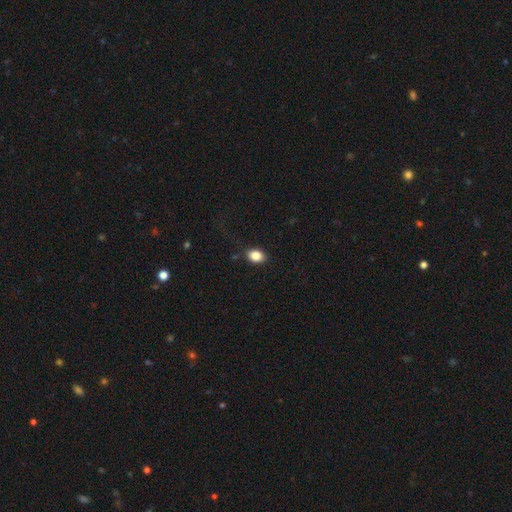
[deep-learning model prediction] smooth 85%, star or artifact 9%, featured or disk 6%. Down the decision tree: how rounded — in between (71%); merging — none (83%).